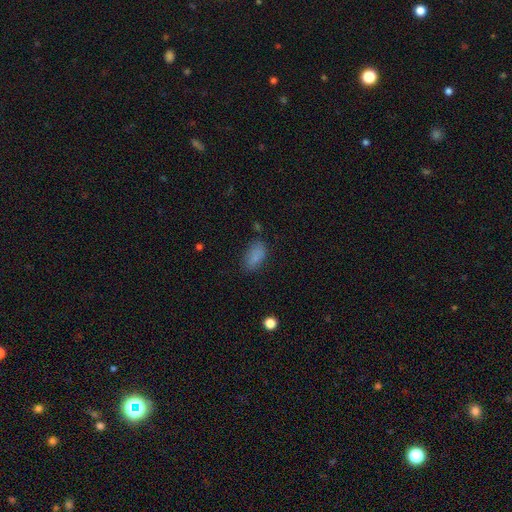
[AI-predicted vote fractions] This is clearly a smooth galaxy (83%). How rounded: clearly in between (92%). Merging: likely none (72%).